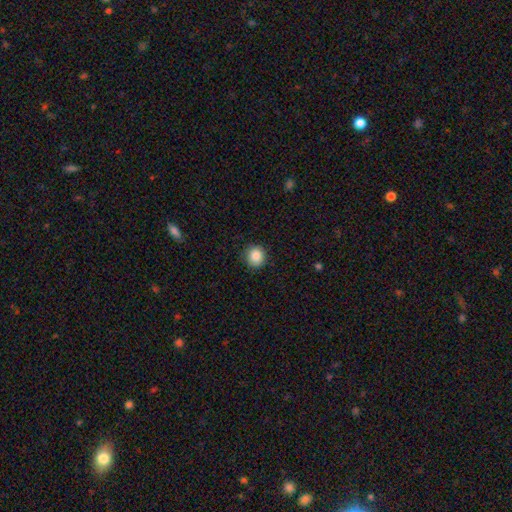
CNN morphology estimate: smooth-or-featured: smooth: 87% | star or artifact: 9% | featured or disk: 4%
  how-rounded: round: 90% | in between: 9% | cigar-shaped: 1%
  merging: none: 89% | minor disturbance: 8% | major disturbance: 2% | merger: 1%